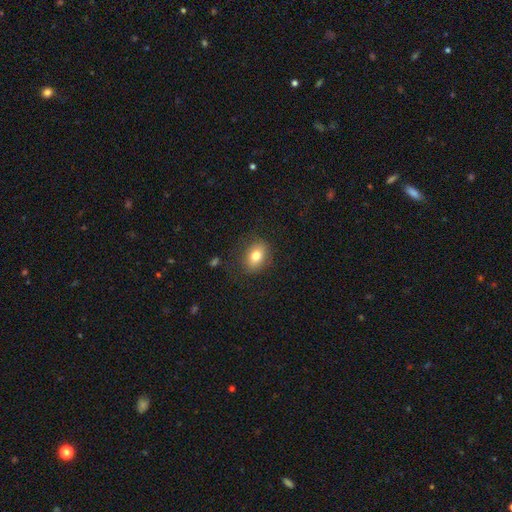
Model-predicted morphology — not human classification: type=smooth (77%); roundness=in between (67%); merging=none (81%).